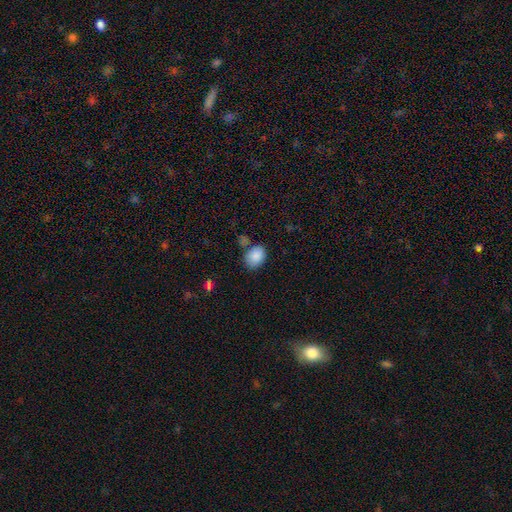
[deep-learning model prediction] Q: Smooth or featured?
A: smooth (87%); runner-up: star or artifact (8%)
Q: How rounded?
A: in between (68%); runner-up: round (31%)
Q: Merging?
A: none (67%); runner-up: minor disturbance (18%)